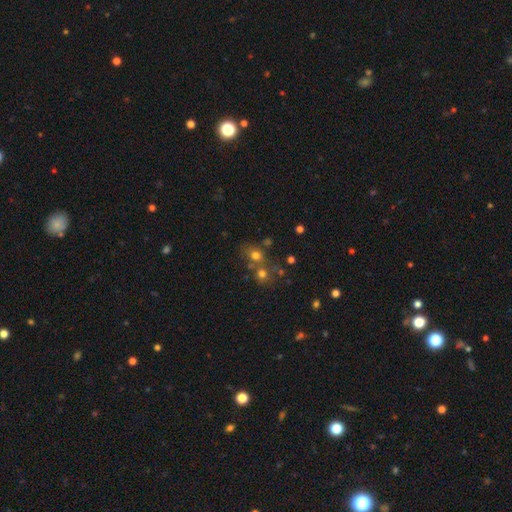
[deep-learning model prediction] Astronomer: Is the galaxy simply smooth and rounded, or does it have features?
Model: smooth — 66%.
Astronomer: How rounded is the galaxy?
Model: round — 72%.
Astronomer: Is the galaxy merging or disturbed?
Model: none — 44% (runner-up: merger, 42%).